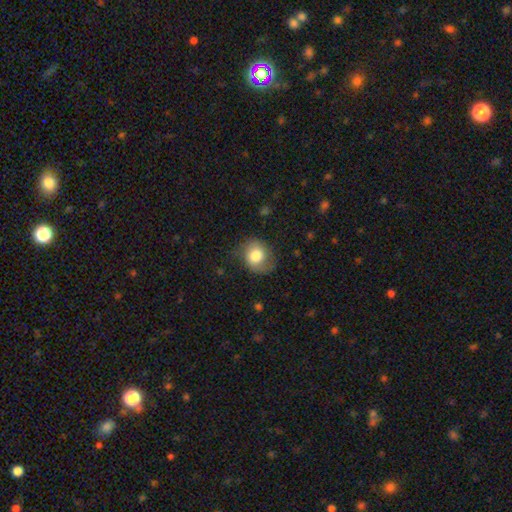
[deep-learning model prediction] Smooth or featured?
  - smooth: 77% *
  - featured or disk: 15%
  - star or artifact: 8%
How rounded?
  - round: 62% *
  - in between: 37%
  - cigar-shaped: 1%
Merging?
  - none: 67% *
  - minor disturbance: 23%
  - major disturbance: 9%
  - merger: 1%